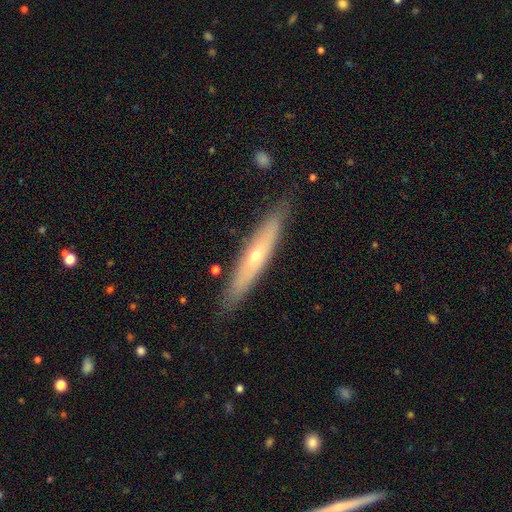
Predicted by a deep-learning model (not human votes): Smooth or featured? featured or disk (58%)
Edge-on disk? yes (79%)
Merging? none (86%)